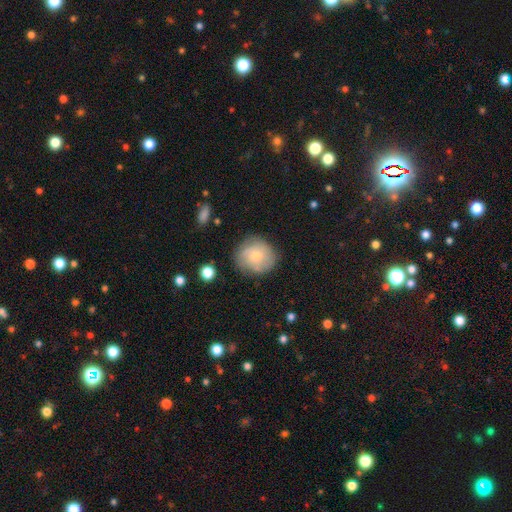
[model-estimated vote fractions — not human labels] Q: Smooth or featured?
A: smooth (62%); runner-up: featured or disk (31%)
Q: How rounded?
A: round (87%); runner-up: in between (12%)
Q: Merging?
A: none (74%); runner-up: minor disturbance (18%)